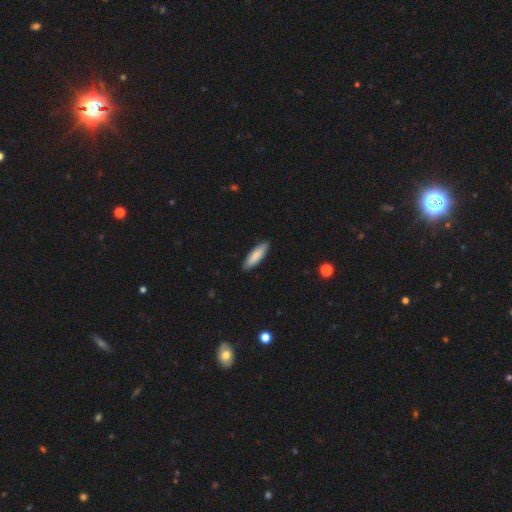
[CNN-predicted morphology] Q: Smooth or featured?
A: smooth (86%); runner-up: featured or disk (9%)
Q: How rounded?
A: cigar-shaped (56%); runner-up: in between (42%)
Q: Merging?
A: none (90%); runner-up: minor disturbance (8%)